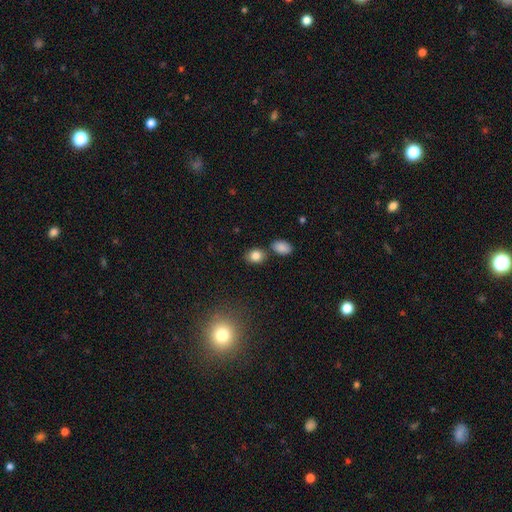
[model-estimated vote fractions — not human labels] smooth 83%, star or artifact 10%, featured or disk 7%. Down the decision tree: how rounded — in between (57%); merging — none (73%).